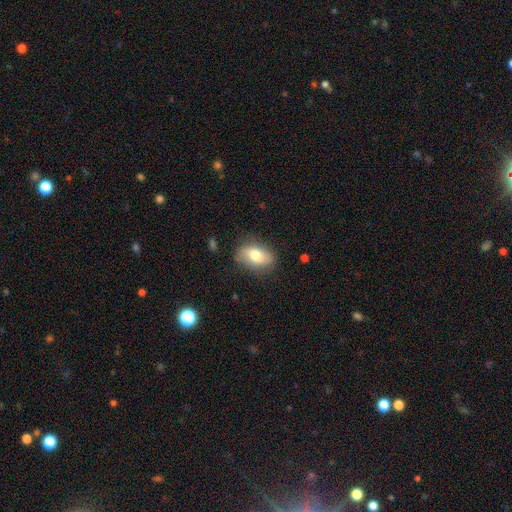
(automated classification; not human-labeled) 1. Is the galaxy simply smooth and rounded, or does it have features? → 70% smooth, 23% featured or disk, 7% star or artifact.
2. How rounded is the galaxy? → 86% in between, 11% round, 2% cigar-shaped.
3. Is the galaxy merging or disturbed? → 77% none, 17% minor disturbance, 4% major disturbance, 1% merger.